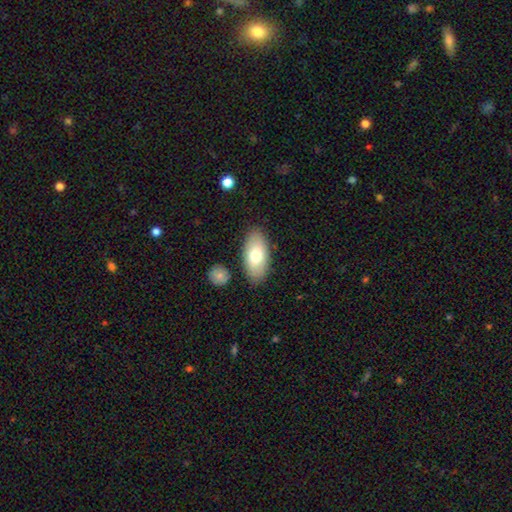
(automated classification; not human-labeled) smooth_or_featured: smooth (p=0.73) [alt: featured or disk p=0.21]
how_rounded: in between (p=0.92) [alt: cigar-shaped p=0.05]
merging: none (p=0.84) [alt: minor disturbance p=0.10]